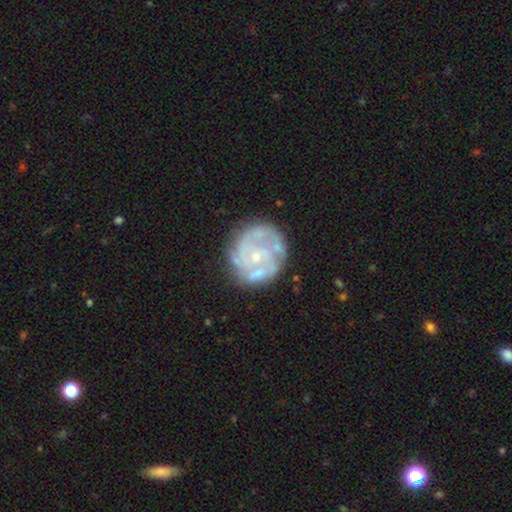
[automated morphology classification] This appears to be a featured or disk galaxy (78%) with no bar (75%), tight (56%) spiral arms (80%) and a small central bulge (70%). Merging: none (69%).